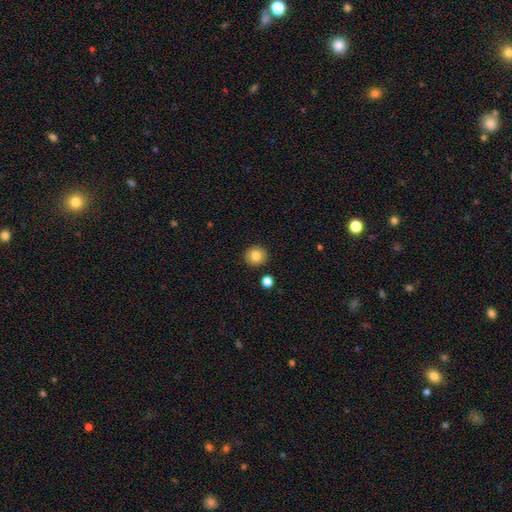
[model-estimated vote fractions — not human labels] This is clearly a smooth galaxy (83%). How rounded: clearly round (92%). Merging: clearly none (91%).